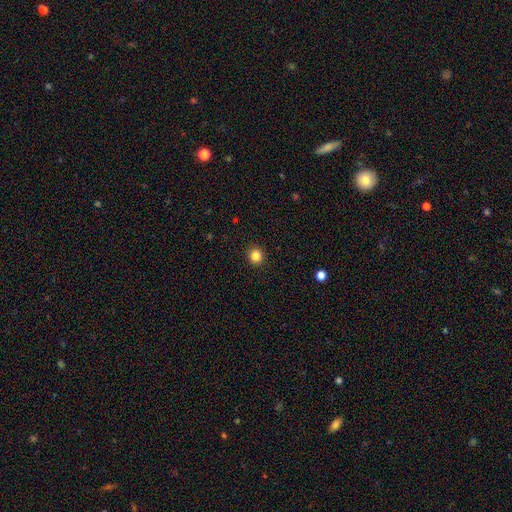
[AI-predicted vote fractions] smooth 85%, star or artifact 12%, featured or disk 4%. Down the decision tree: how rounded — round (89%); merging — none (92%).